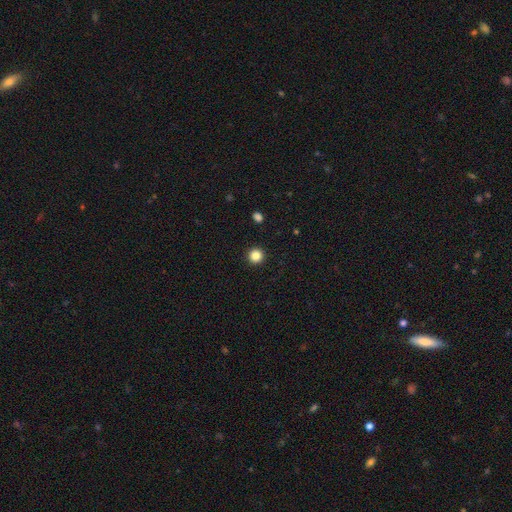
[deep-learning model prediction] smooth-or-featured: smooth: 85% | star or artifact: 11% | featured or disk: 4%
  how-rounded: round: 96% | in between: 3% | cigar-shaped: 1%
  merging: none: 93% | minor disturbance: 4% | major disturbance: 2% | merger: 1%